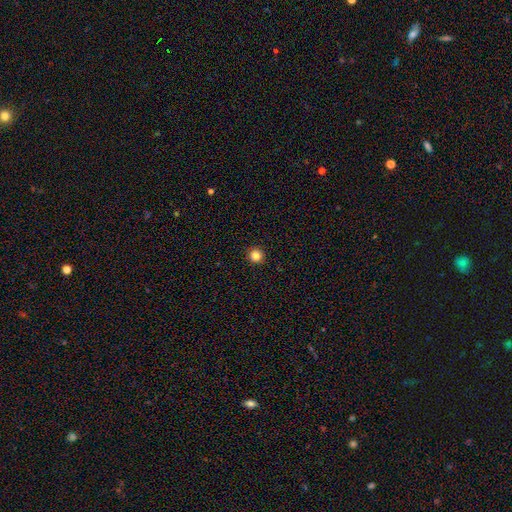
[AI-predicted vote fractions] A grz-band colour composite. It shows a smooth galaxy with no disk features (85%) that is round (95%). Merging: none (93%).